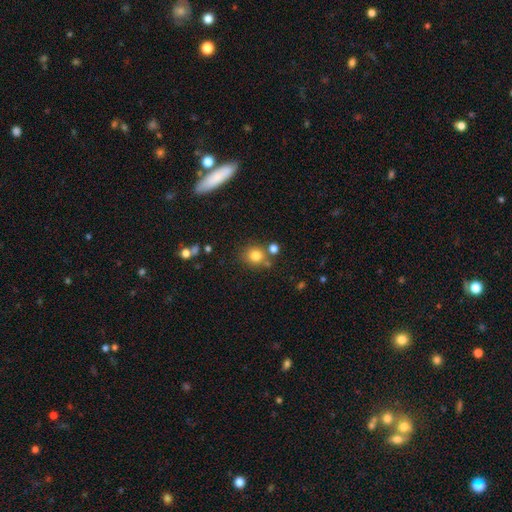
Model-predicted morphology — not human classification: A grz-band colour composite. It shows a smooth galaxy with no disk features (80%) that is round (84%). Merging: none (71%).